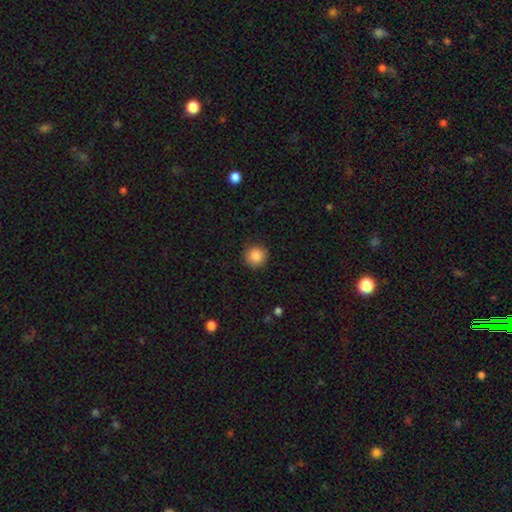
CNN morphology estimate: type=smooth (87%); roundness=round (94%); merging=none (91%).